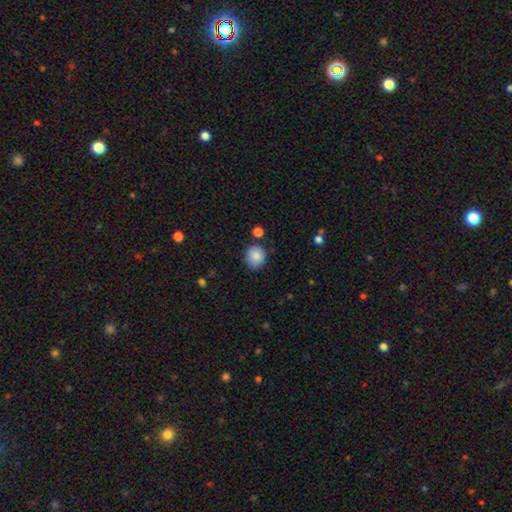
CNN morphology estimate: A smooth galaxy with no disk features (86%) that is round (82%).

Vote fractions:
- Smooth or featured? smooth: 86% / star or artifact: 8% / featured or disk: 5%
- How rounded? round: 82% / in between: 17% / cigar-shaped: 1%
- Merging? none: 81% / minor disturbance: 12% / merger: 4% / major disturbance: 3%